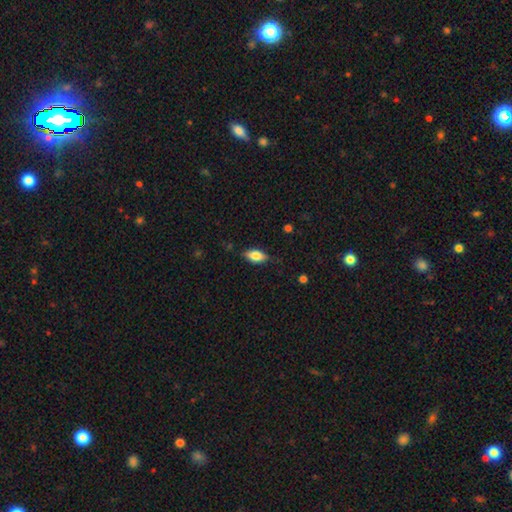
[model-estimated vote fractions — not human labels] Smooth or featured?
  - smooth: 73% *
  - featured or disk: 19%
  - star or artifact: 7%
How rounded?
  - in between: 87% *
  - cigar-shaped: 9%
  - round: 4%
Merging?
  - none: 80% *
  - minor disturbance: 16%
  - major disturbance: 3%
  - merger: 1%